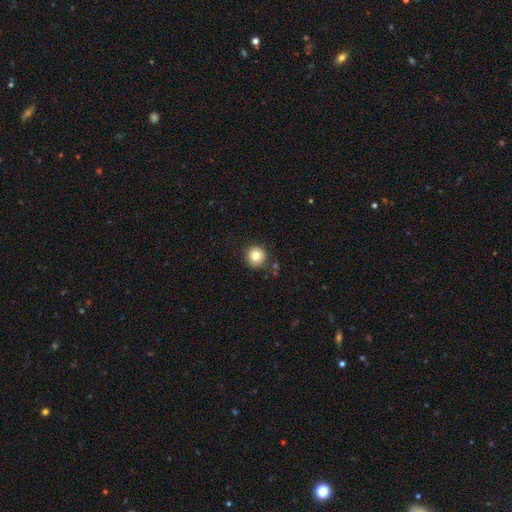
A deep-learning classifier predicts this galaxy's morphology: Q: Smooth or featured?
A: smooth (80%); runner-up: star or artifact (11%)
Q: How rounded?
A: round (95%); runner-up: in between (4%)
Q: Merging?
A: none (87%); runner-up: minor disturbance (8%)